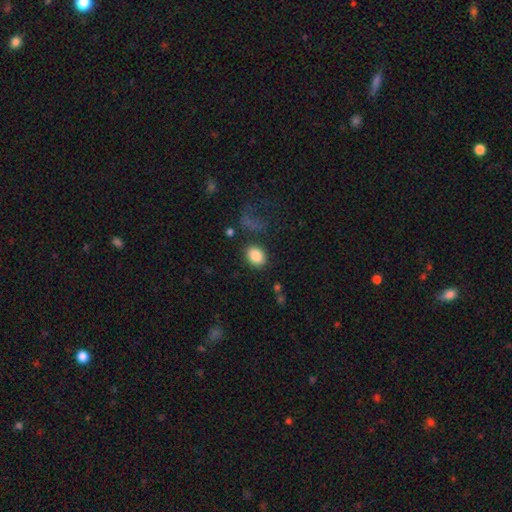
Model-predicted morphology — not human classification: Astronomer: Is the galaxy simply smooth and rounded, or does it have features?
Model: smooth — 87%.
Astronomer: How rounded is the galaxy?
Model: in between — 64%.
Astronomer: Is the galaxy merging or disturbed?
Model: none — 81%.